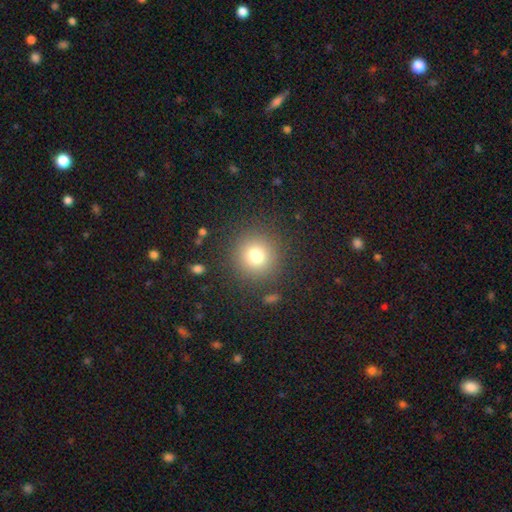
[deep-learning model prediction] Smooth or featured? smooth (76%)
How rounded? round (95%)
Merging? none (89%)